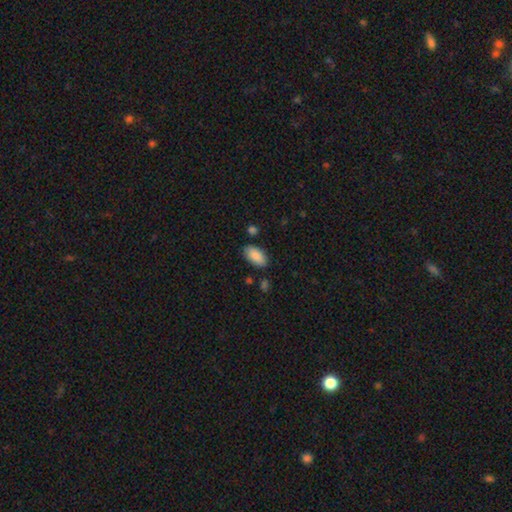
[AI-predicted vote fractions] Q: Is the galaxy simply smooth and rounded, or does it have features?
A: smooth — 89%.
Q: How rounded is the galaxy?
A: in between — 94%.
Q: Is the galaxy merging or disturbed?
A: none — 83%.